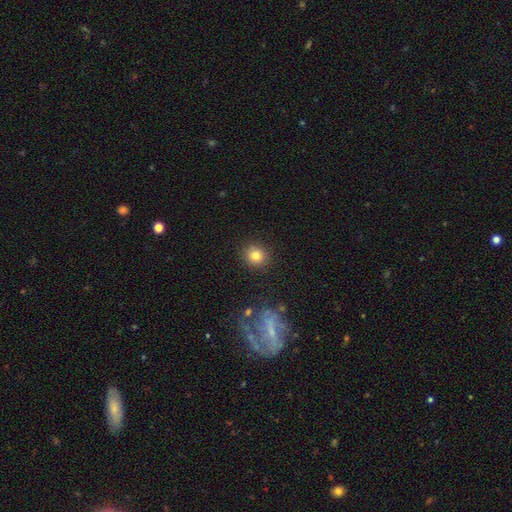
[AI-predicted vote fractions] Smooth or featured? smooth (80%)
How rounded? round (84%)
Merging? none (88%)